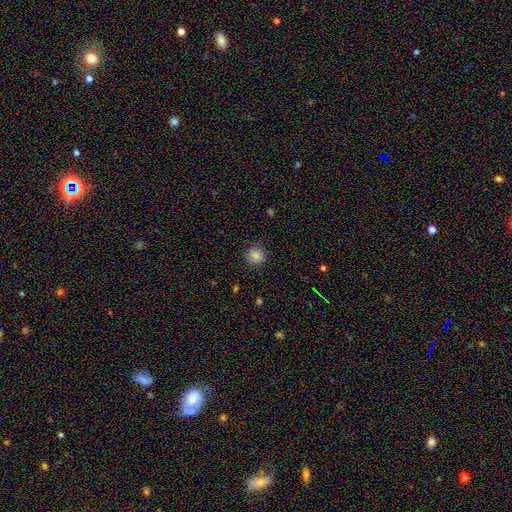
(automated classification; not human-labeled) Overall: smooth (85%). How rounded: round (91%). Merging: none (87%).